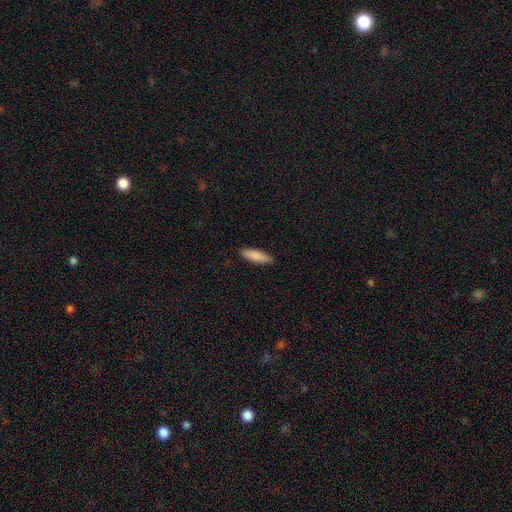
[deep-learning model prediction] This is clearly a smooth galaxy (88%). How rounded: possibly cigar-shaped (57%). Merging: clearly none (89%).